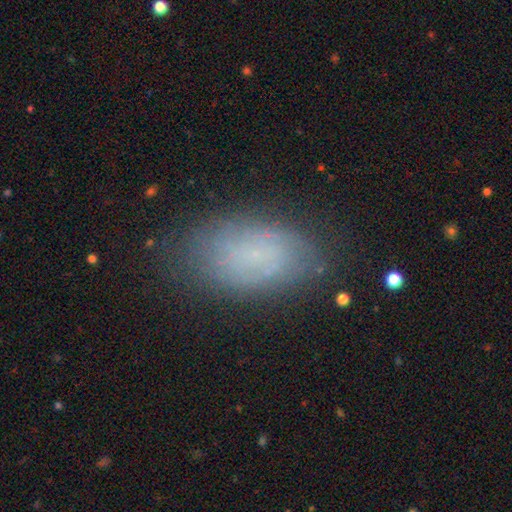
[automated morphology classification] smooth_or_featured: smooth (p=0.48) [alt: featured or disk p=0.40]
merging: none (p=0.74) [alt: minor disturbance p=0.18]